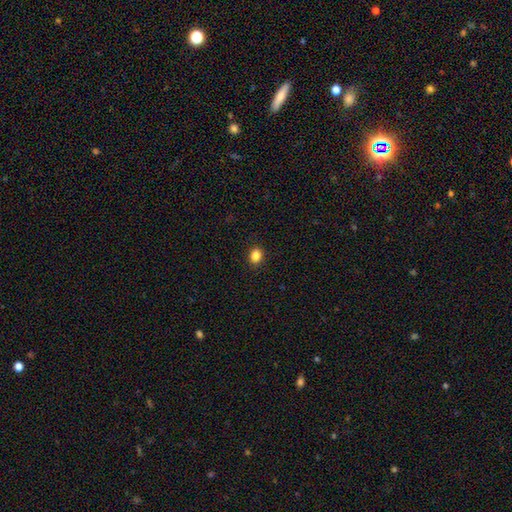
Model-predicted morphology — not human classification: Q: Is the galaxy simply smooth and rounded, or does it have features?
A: smooth — 85%.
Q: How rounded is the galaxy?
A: in between — 51%.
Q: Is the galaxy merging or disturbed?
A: none — 90%.